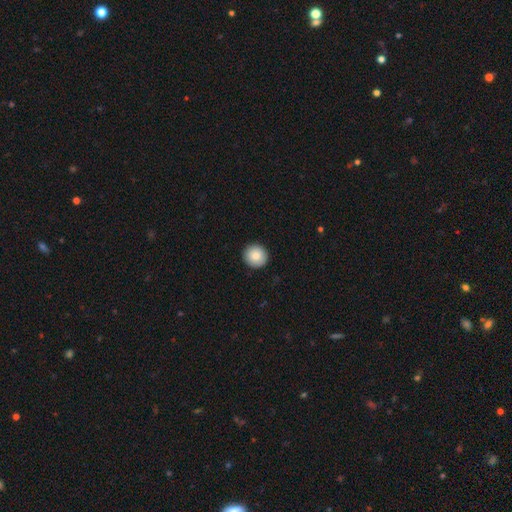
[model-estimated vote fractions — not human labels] A smooth galaxy with no disk features (85%) that is round (93%). Merging: none (92%).